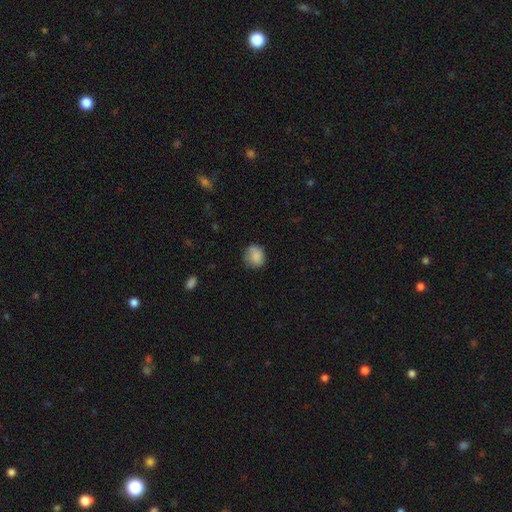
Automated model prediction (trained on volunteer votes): Morphology: type=smooth (83%); roundness=round (76%); merging=none (69%).